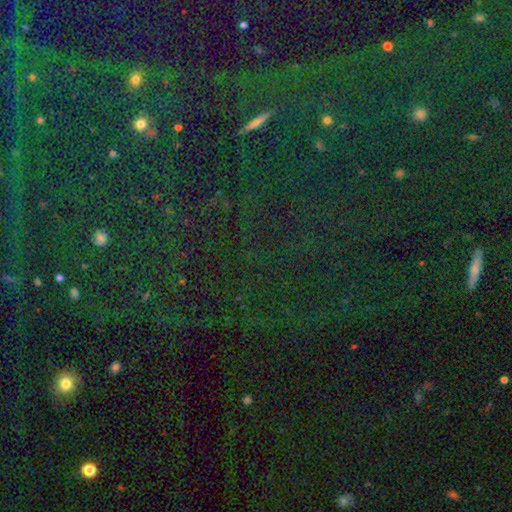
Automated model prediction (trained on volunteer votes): This appears to be a star or artifact, not a galaxy (82%).